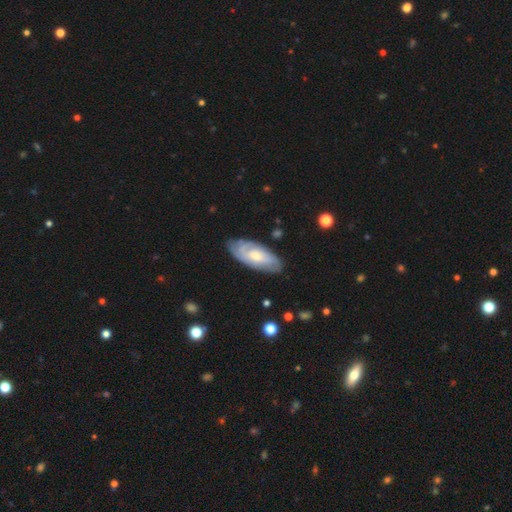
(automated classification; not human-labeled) This is likely a featured or disk galaxy (62%). It is clearly not viewed edge-on (88%). Bar: likely no (64%). Spiral arm pattern: clearly yes (83%). Central bulge: possibly moderate (46%, tied with small). Merging: likely none (77%).